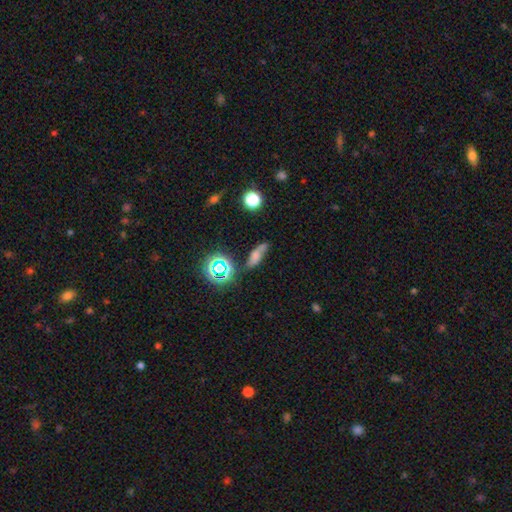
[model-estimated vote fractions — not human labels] smooth_or_featured: smooth (p=0.51) [alt: featured or disk p=0.28]
how_rounded: in between (p=0.54) [alt: cigar-shaped p=0.34]
merging: none (p=0.60) [alt: minor disturbance p=0.25]